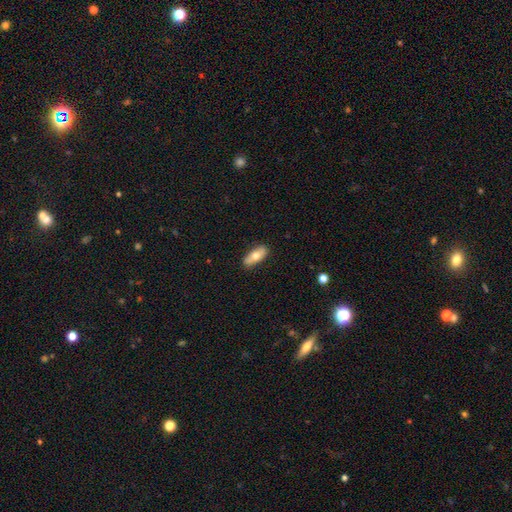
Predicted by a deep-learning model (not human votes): A smooth galaxy with no disk features (67%) that is in between round and cigar-shaped (76%). Merging: none (84%).